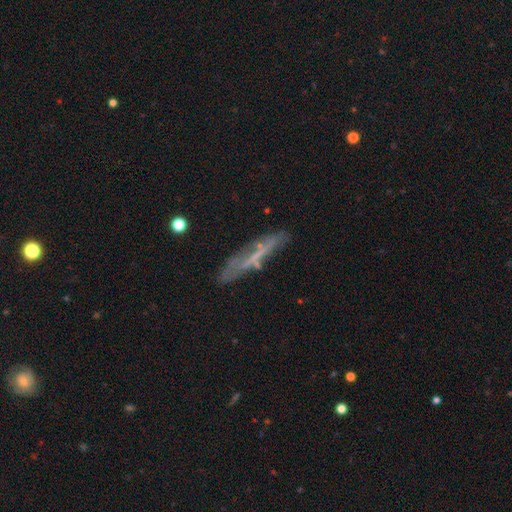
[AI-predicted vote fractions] Smooth or featured: featured or disk — 55% (smooth — 35%)
Edge-on disk: yes — 62% (no — 38%)
Merging: none — 69% (minor disturbance — 19%)